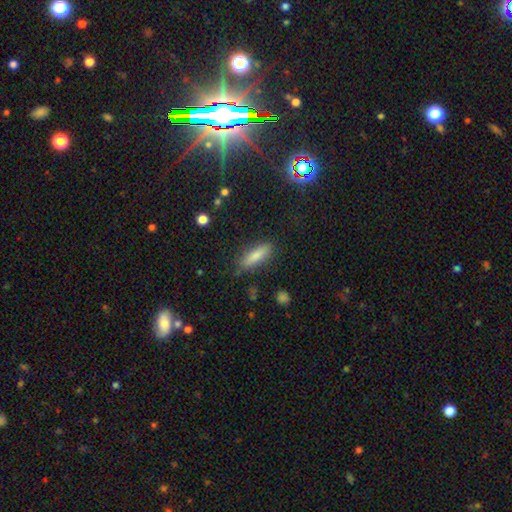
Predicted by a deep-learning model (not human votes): Smooth or featured? Predicted: smooth (p=0.80). How rounded? Predicted: cigar-shaped (p=0.53). Merging? Predicted: none (p=0.81).